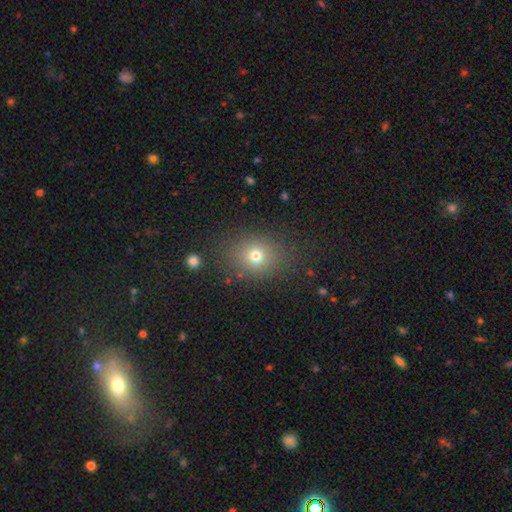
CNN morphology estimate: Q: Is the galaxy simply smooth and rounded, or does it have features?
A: smooth — 72%.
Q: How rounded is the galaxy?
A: round — 60%.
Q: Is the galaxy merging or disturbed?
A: none — 82%.